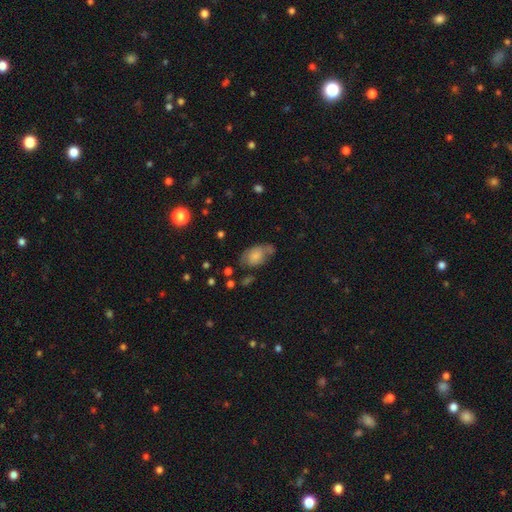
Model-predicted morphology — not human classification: Smooth or featured? smooth (73%)
How rounded? in between (88%)
Merging? none (46%)